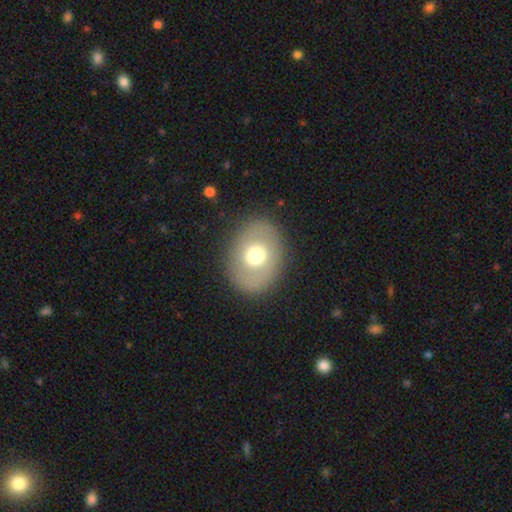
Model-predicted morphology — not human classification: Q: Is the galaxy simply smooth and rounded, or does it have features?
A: smooth — 62%.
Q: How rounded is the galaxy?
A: in between — 52%.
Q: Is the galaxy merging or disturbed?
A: none — 86%.